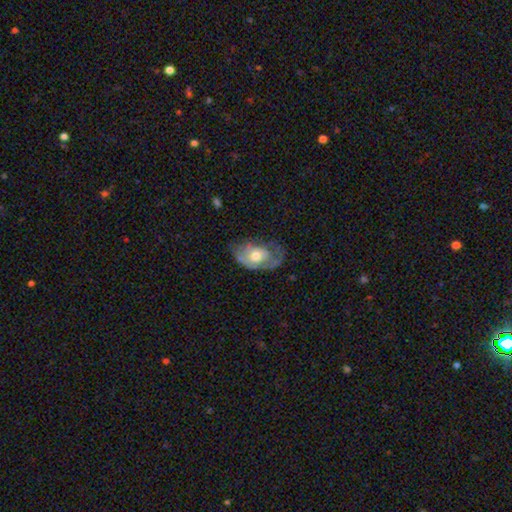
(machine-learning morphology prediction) featured or disk 54%, smooth 40%, star or artifact 6%. Down the decision tree: edge-on disk — no (93%); merging — none (42%).